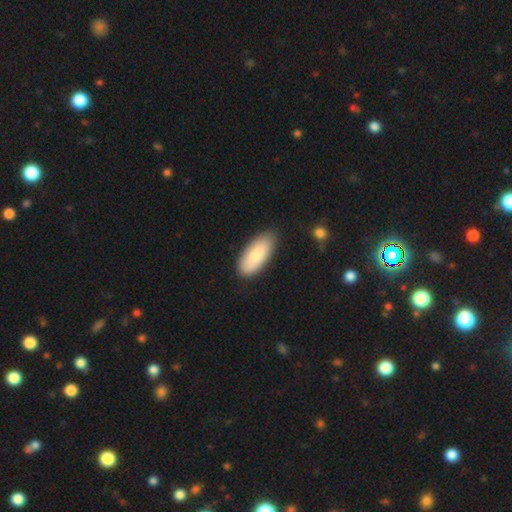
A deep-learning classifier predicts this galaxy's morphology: Smooth or featured?
  - smooth: 85% *
  - featured or disk: 10%
  - star or artifact: 5%
How rounded?
  - in between: 87% *
  - cigar-shaped: 11%
  - round: 2%
Merging?
  - none: 82% *
  - minor disturbance: 14%
  - major disturbance: 2%
  - merger: 1%